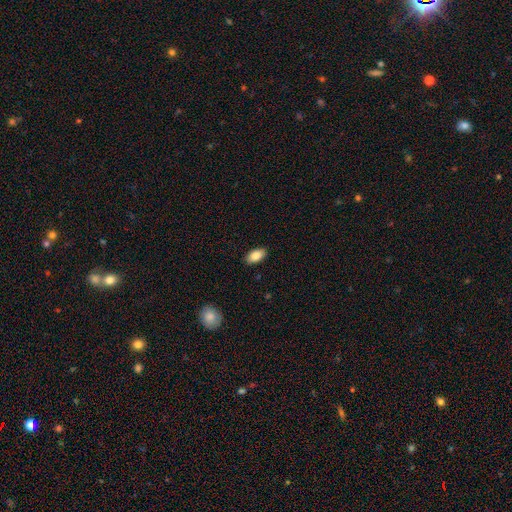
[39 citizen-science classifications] Volunteers were most divided on "smooth or featured": smooth: 79%, featured or disk: 10%, star or artifact: 10%. More confident: how rounded — in between (90%); merging — none (89%).